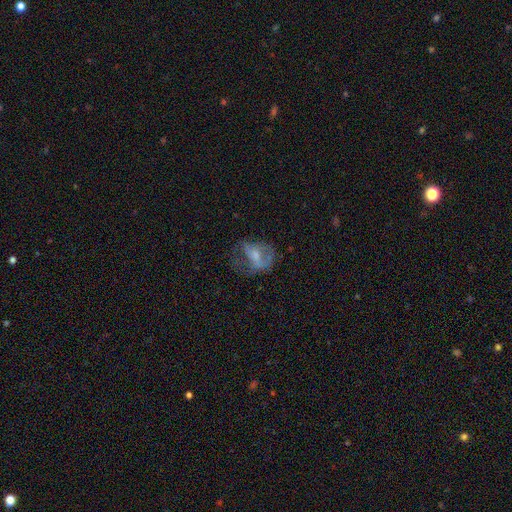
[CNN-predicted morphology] This appears to be a smooth galaxy with no disk features (46%). Merging: major disturbance (44%).